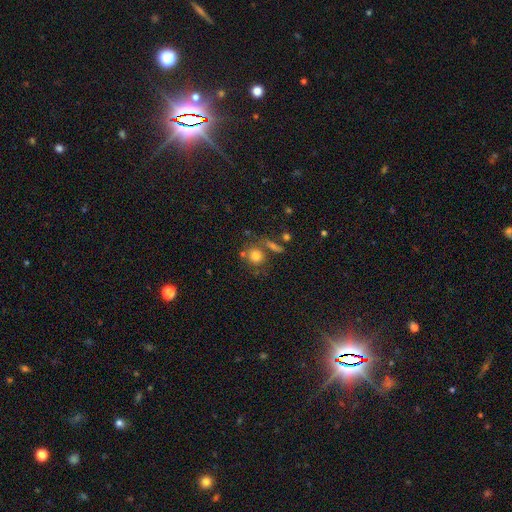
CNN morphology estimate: Smooth or featured?
  - smooth: 78% *
  - star or artifact: 12%
  - featured or disk: 10%
How rounded?
  - round: 84% *
  - in between: 14%
  - cigar-shaped: 2%
Merging?
  - none: 64% *
  - merger: 17%
  - minor disturbance: 13%
  - major disturbance: 6%